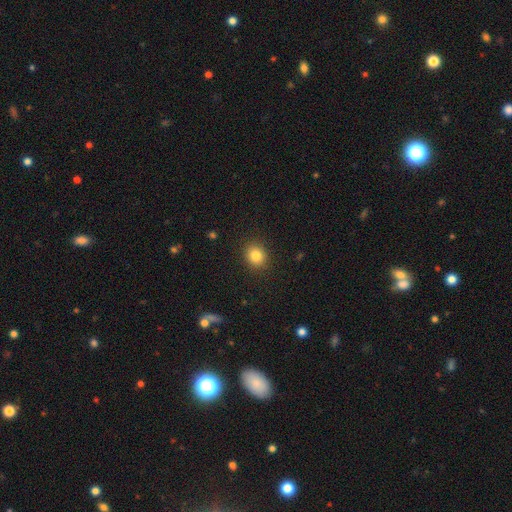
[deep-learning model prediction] Smooth or featured: smooth — 83% (star or artifact — 11%)
How rounded: round — 75% (in between — 24%)
Merging: none — 90% (minor disturbance — 7%)